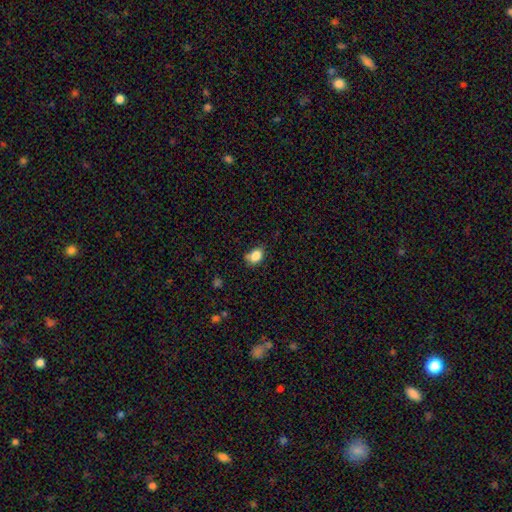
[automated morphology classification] Smooth or featured? smooth (84%)
How rounded? in between (69%)
Merging? none (57%)